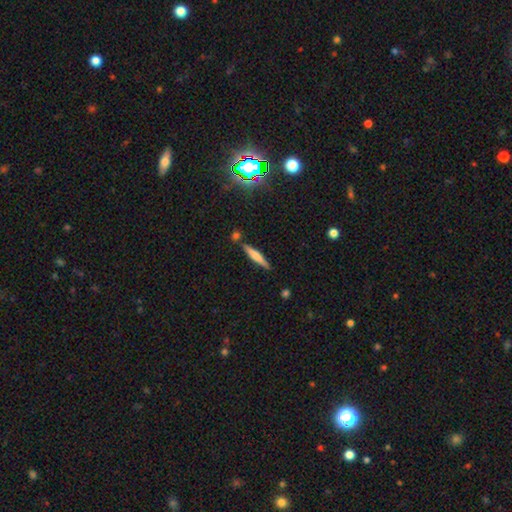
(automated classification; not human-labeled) smooth-or-featured: smooth: 60% | featured or disk: 33% | star or artifact: 7%
  how-rounded: cigar-shaped: 91% | in between: 8% | round: 2%
  merging: none: 82% | minor disturbance: 10% | merger: 6% | major disturbance: 2%